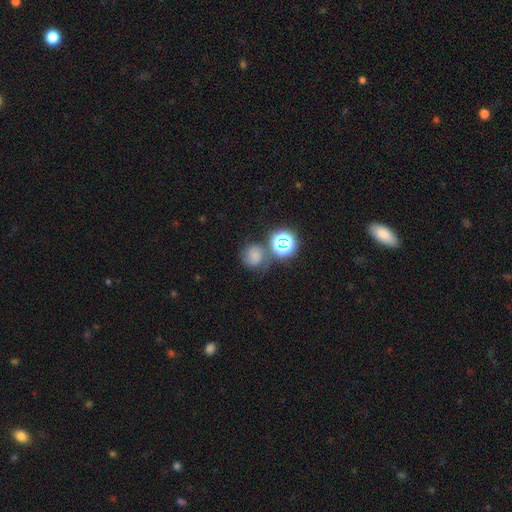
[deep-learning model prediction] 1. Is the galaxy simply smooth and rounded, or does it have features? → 47% smooth, 36% star or artifact, 17% featured or disk.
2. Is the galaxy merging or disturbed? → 62% none, 17% merger, 14% minor disturbance, 7% major disturbance.